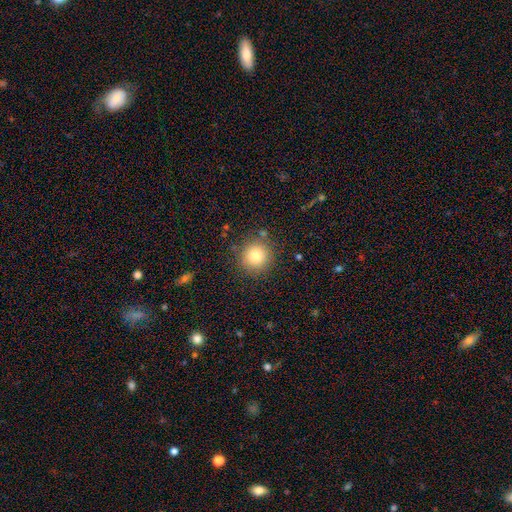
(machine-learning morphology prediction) smooth 78%, star or artifact 12%, featured or disk 10%. Down the decision tree: how rounded — round (95%); merging — none (86%).